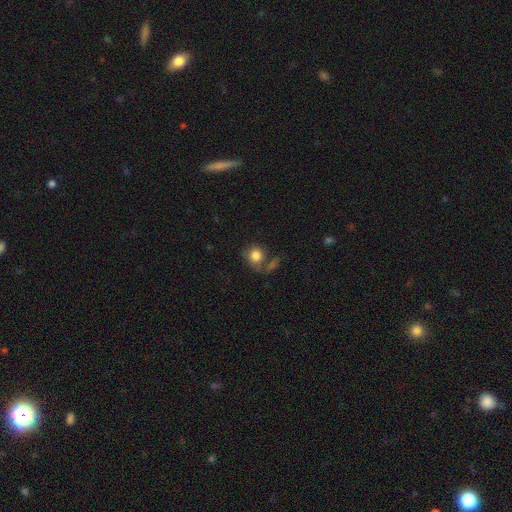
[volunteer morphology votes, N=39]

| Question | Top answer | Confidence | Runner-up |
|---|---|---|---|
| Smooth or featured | smooth | 77% | featured or disk (13%) |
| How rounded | round | 70% | in between (30%) |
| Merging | merger | 40% | major disturbance (31%) |